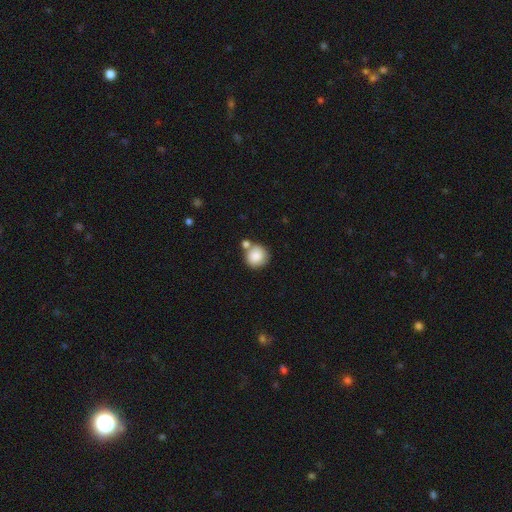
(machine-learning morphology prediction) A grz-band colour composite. It shows a smooth galaxy with no disk features (86%) that is round (92%). Merging: none (61%).